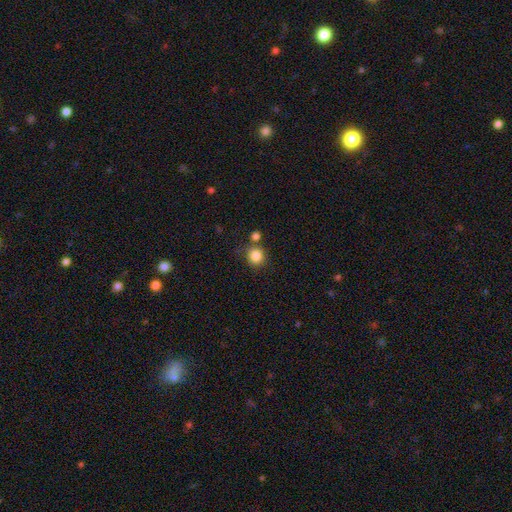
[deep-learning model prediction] This appears to be a smooth galaxy with no disk features (85%) that is round (91%). Merging: none (75%).